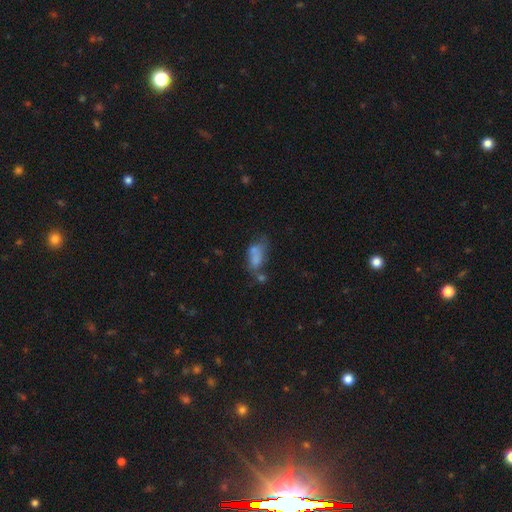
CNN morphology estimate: A smooth galaxy with no disk features (65%) that is in between round and cigar-shaped (83%).

Vote fractions:
- Smooth or featured? smooth: 65% / featured or disk: 23% / star or artifact: 12%
- How rounded? in between: 83% / cigar-shaped: 10% / round: 7%
- Merging? merger: 39% / none: 25% / minor disturbance: 18% / major disturbance: 18%